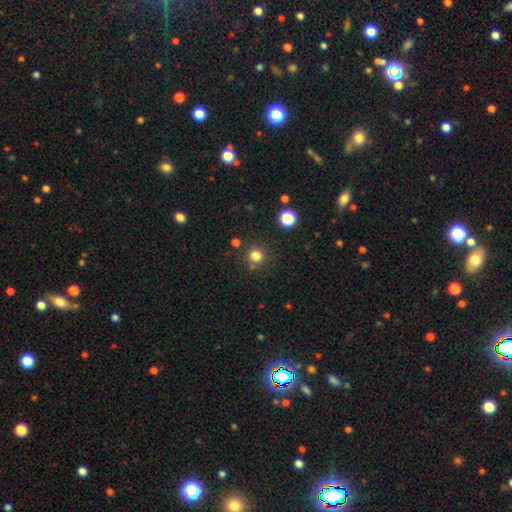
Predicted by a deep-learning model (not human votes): Smooth or featured?
  - smooth: 80% *
  - star or artifact: 15%
  - featured or disk: 5%
How rounded?
  - round: 93% *
  - in between: 6%
  - cigar-shaped: 1%
Merging?
  - none: 84% *
  - minor disturbance: 8%
  - merger: 5%
  - major disturbance: 3%